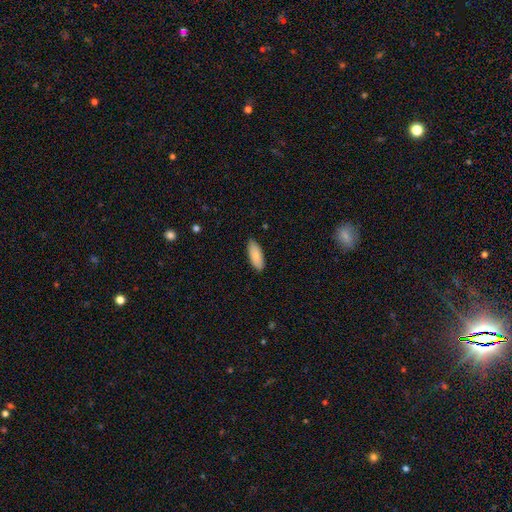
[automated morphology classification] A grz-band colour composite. It shows a smooth galaxy with no disk features (88%) that is in between round and cigar-shaped (78%). Merging: none (87%).